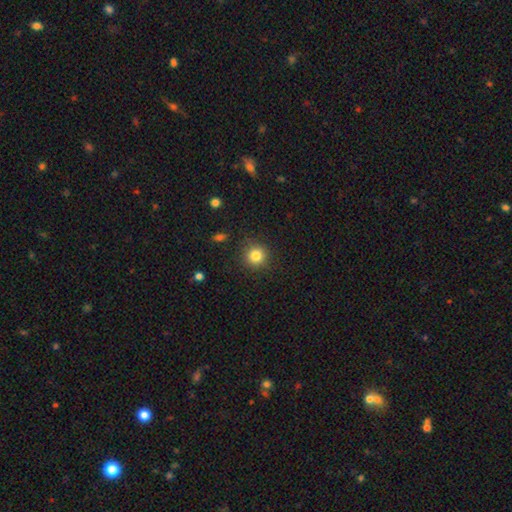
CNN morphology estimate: A smooth galaxy with no disk features (83%) that is round (93%). Merging: none (89%).